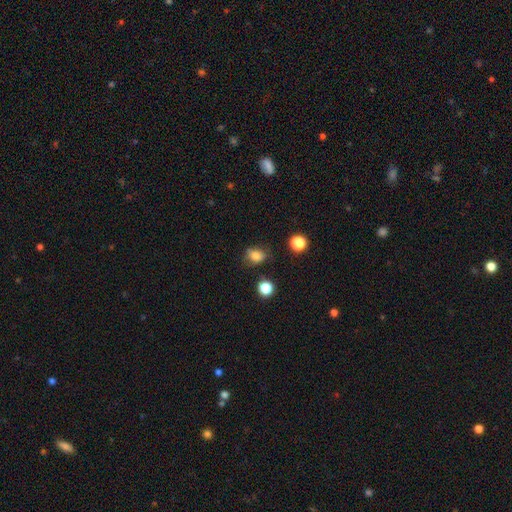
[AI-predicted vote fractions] Smooth or featured: smooth — 80% (star or artifact — 13%)
How rounded: in between — 56% (round — 43%)
Merging: none — 67% (minor disturbance — 22%)